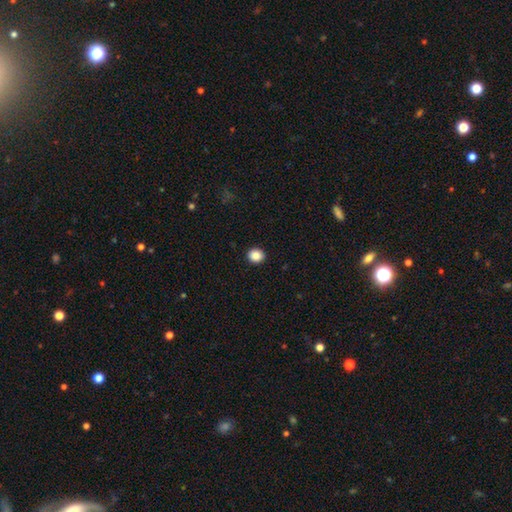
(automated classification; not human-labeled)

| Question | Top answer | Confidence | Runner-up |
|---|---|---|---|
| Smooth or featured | smooth | 88% | star or artifact (9%) |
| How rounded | round | 82% | in between (17%) |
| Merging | none | 93% | minor disturbance (5%) |